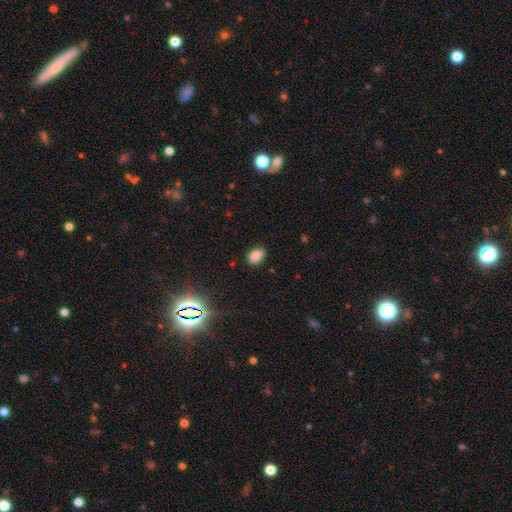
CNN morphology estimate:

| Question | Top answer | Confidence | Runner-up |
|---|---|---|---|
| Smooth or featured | smooth | 81% | star or artifact (12%) |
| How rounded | in between | 80% | round (19%) |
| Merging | none | 71% | minor disturbance (22%) |